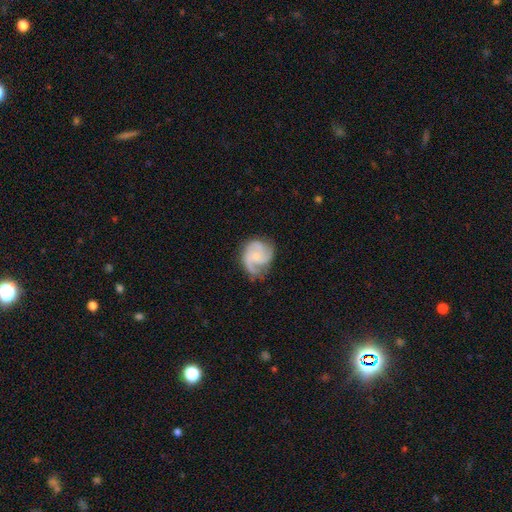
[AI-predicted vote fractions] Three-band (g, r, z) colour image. It shows a featured or disk galaxy (81%) with no bar (71%), 3 (52%) medium (48%) spiral arms (97%) and a small central bulge (65%). Merging: none (65%).